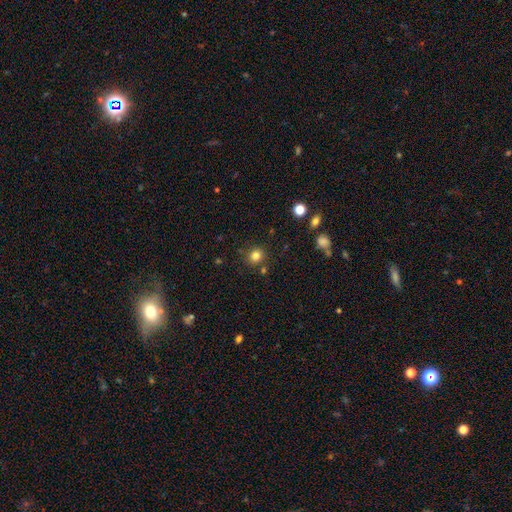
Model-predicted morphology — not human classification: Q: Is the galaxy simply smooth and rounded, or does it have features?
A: smooth — 81%.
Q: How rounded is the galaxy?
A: round — 83%.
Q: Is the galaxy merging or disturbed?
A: none — 84%.